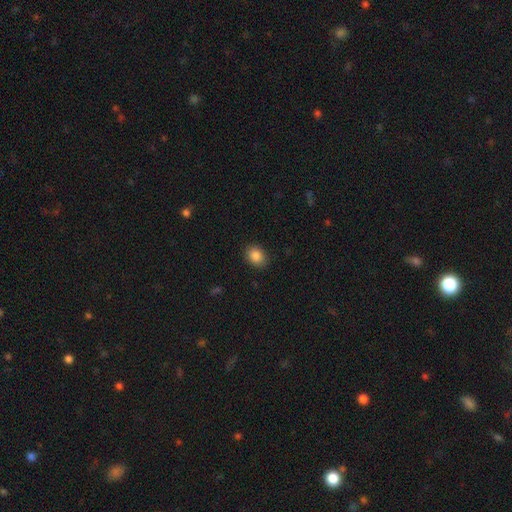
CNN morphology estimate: Smooth or featured: smooth — 87% (star or artifact — 9%)
How rounded: in between — 58% (round — 41%)
Merging: none — 87% (minor disturbance — 9%)